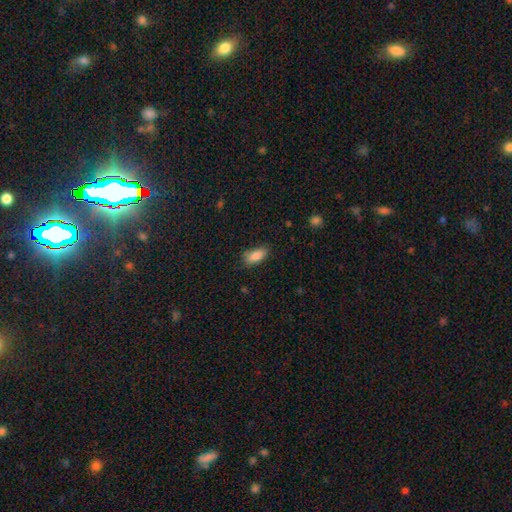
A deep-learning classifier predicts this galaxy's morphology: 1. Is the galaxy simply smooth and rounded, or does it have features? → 85% smooth, 8% star or artifact, 7% featured or disk.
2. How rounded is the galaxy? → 86% in between, 11% cigar-shaped, 3% round.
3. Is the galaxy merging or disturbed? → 71% none, 22% minor disturbance, 5% major disturbance, 3% merger.